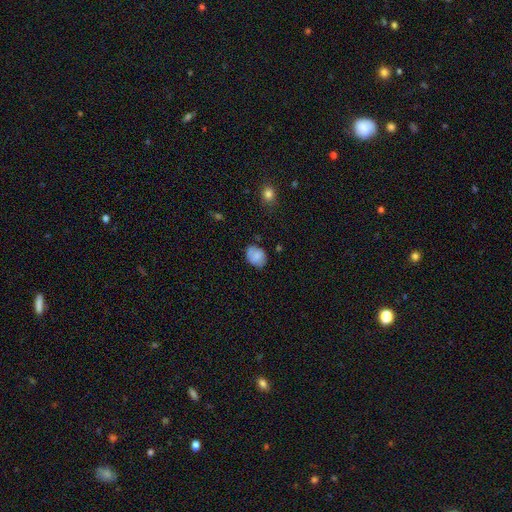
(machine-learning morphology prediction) Smooth or featured?
  - smooth: 77% *
  - featured or disk: 15%
  - star or artifact: 8%
How rounded?
  - in between: 61% *
  - round: 38%
  - cigar-shaped: 1%
Merging?
  - none: 70% *
  - minor disturbance: 23%
  - major disturbance: 5%
  - merger: 2%